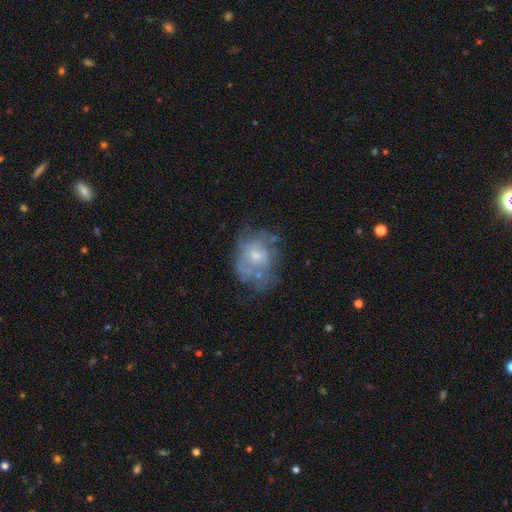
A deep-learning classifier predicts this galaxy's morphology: A featured or disk galaxy (52%) with no bar (73%), no spiral arms (68%) and a small central bulge (56%).

Vote fractions:
- Smooth or featured? featured or disk: 52% / smooth: 37% / star or artifact: 11%
- Edge-on disk? no: 97% / yes: 3%
- Bar? no: 73% / weak: 23% / strong: 3%
- Spiral arms? no: 68% / yes: 32%
- Bulge size? small: 56% / moderate: 34% / none: 6% / large: 2% / dominant: 1%
- Merging? none: 38% / major disturbance: 28% / minor disturbance: 26% / merger: 9%